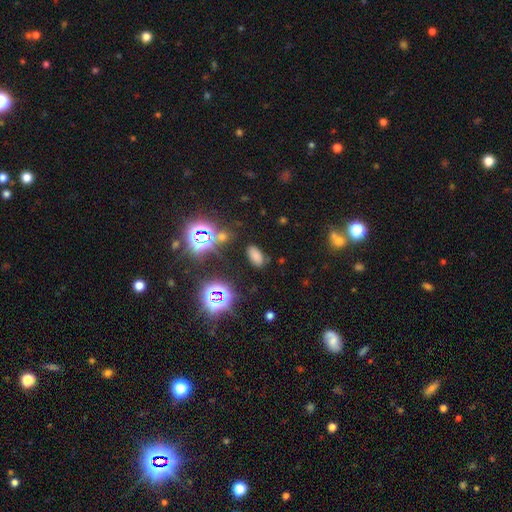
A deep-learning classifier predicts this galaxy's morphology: Smooth or featured? Predicted: smooth (p=0.62). How rounded? Predicted: in between (p=0.93). Merging? Predicted: none (p=0.82).